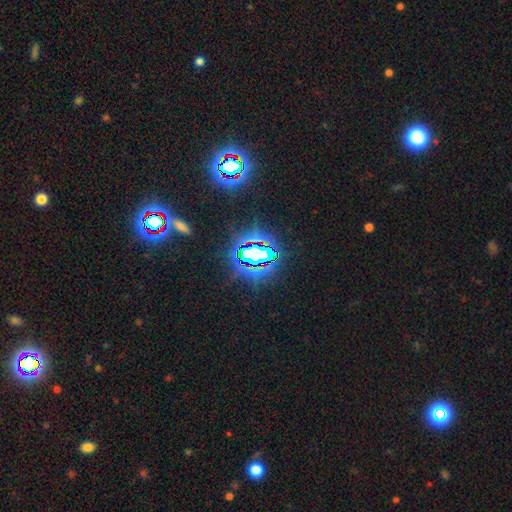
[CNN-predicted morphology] Smooth or featured?
  - star or artifact: 84% *
  - smooth: 10%
  - featured or disk: 7%